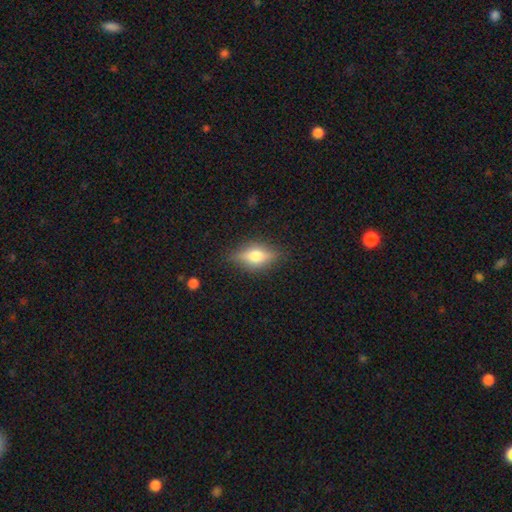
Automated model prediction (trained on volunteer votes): Q: Smooth or featured?
A: smooth (52%); runner-up: featured or disk (39%)
Q: How rounded?
A: in between (74%); runner-up: cigar-shaped (17%)
Q: Merging?
A: none (81%); runner-up: minor disturbance (14%)